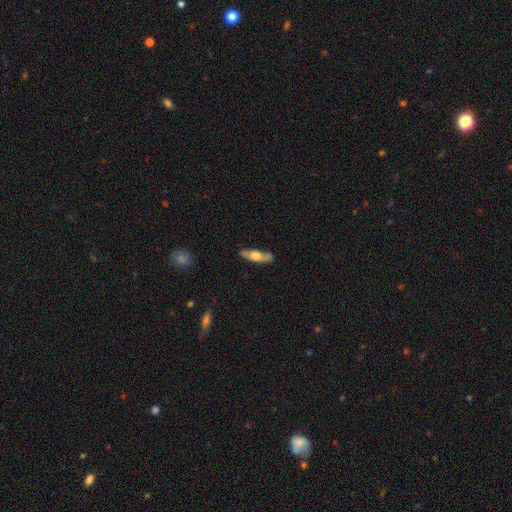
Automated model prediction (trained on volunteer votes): Smooth or featured? Predicted: smooth (p=0.53). How rounded? Predicted: cigar-shaped (p=0.55). Merging? Predicted: none (p=0.79).